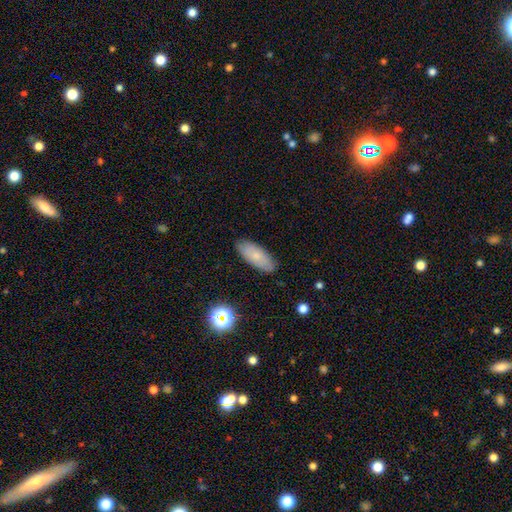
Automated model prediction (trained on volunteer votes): This is likely a smooth galaxy (75%). How rounded: likely in between (78%). Merging: clearly none (86%).